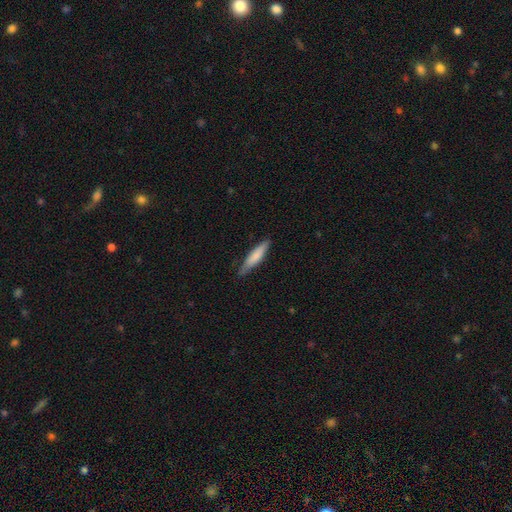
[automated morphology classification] Smooth or featured? smooth (76%)
How rounded? cigar-shaped (82%)
Merging? none (78%)